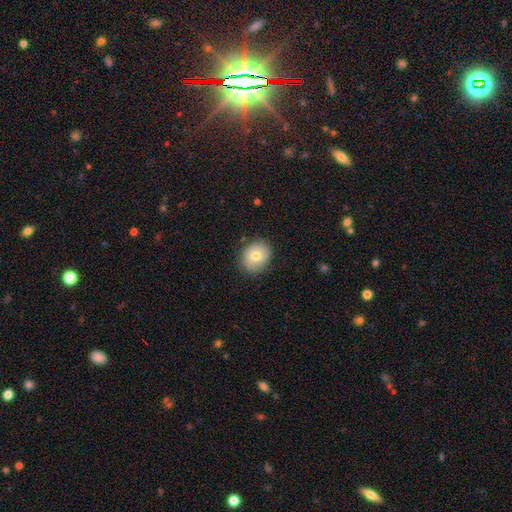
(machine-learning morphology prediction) smooth 71%, featured or disk 21%, star or artifact 8%. Down the decision tree: how rounded — round (61%); merging — none (82%).